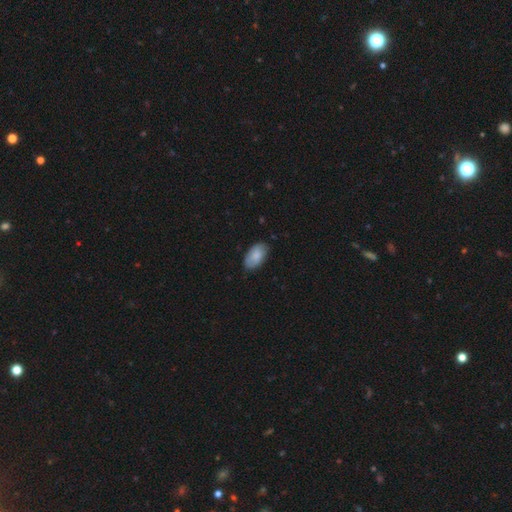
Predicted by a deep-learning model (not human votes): Q: Smooth or featured?
A: smooth (83%); runner-up: featured or disk (11%)
Q: How rounded?
A: in between (95%); runner-up: round (4%)
Q: Merging?
A: none (78%); runner-up: minor disturbance (18%)